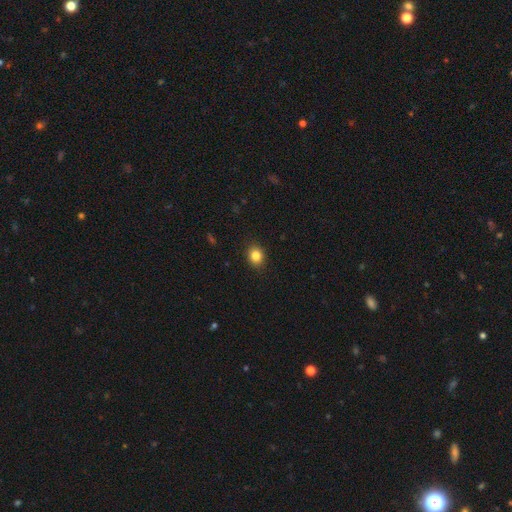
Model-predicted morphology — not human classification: The model was most divided on "how rounded": round: 64%, in between: 35%, cigar-shaped: 1%. More confident: merging — none (90%); smooth or featured — smooth (83%).